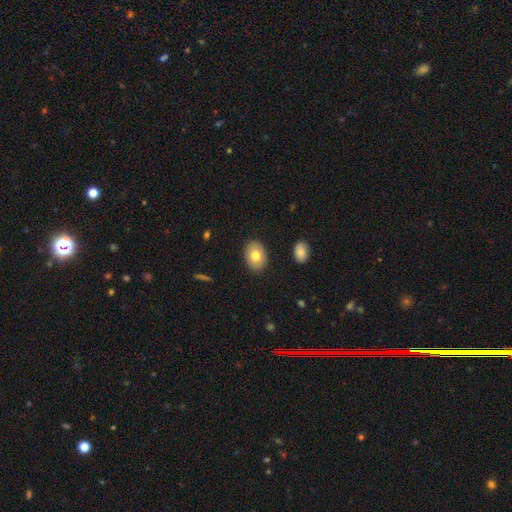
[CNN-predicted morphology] type=smooth (76%); roundness=in between (77%); merging=none (89%).